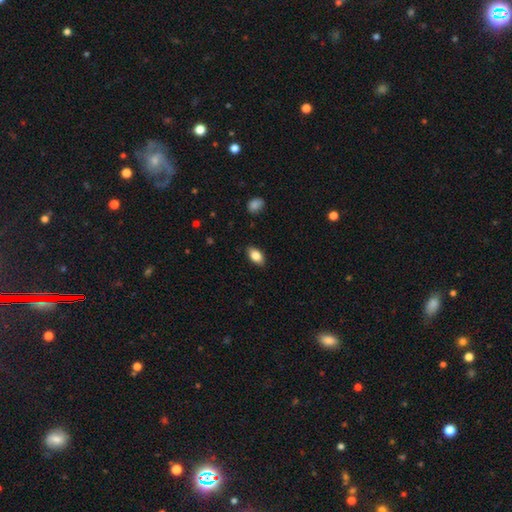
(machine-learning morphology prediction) A smooth galaxy with no disk features (83%) that is in between round and cigar-shaped (91%).

Vote fractions:
- Smooth or featured? smooth: 83% / featured or disk: 9% / star or artifact: 7%
- How rounded? in between: 91% / round: 5% / cigar-shaped: 4%
- Merging? none: 86% / minor disturbance: 11% / major disturbance: 2% / merger: 1%